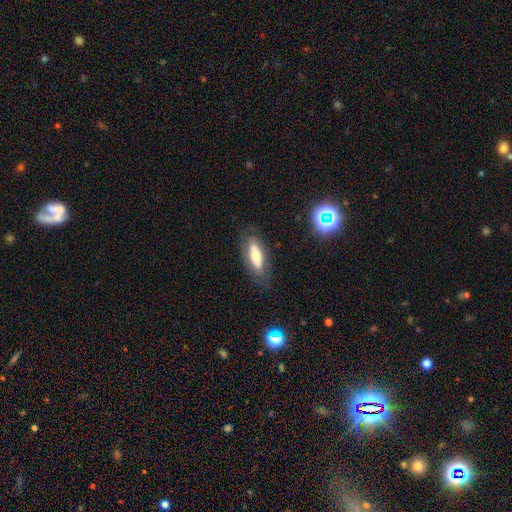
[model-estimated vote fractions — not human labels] Overall: smooth (58%; featured or disk 34%). How rounded: in between (65%; cigar-shaped 32%). Merging: none (78%).